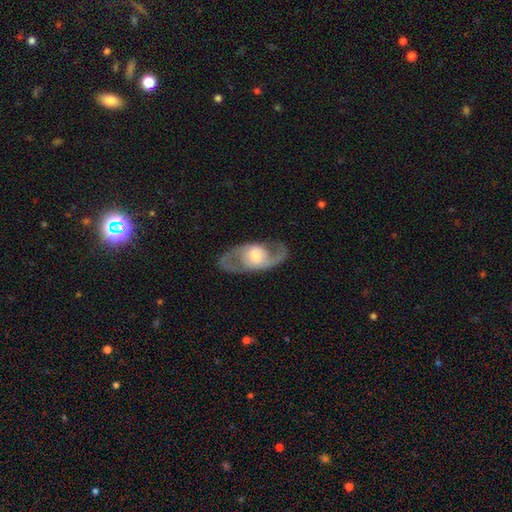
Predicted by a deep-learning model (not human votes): Smooth or featured?
  - featured or disk: 78% *
  - smooth: 17%
  - star or artifact: 5%
Edge-on disk?
  - no: 92% *
  - yes: 8%
Bar?
  - no: 52% *
  - weak: 35%
  - strong: 13%
Spiral arms?
  - yes: 81% *
  - no: 19%
Spiral winding?
  - medium: 52% *
  - loose: 30%
  - tight: 18%
Spiral arm count?
  - 2: 88% *
  - can't tell: 6%
  - 1: 3%
  - 3: 1%
  - 4: 1%
  - more than 4: 1%
Bulge size?
  - moderate: 47% *
  - large: 27%
  - small: 20%
  - dominant: 3%
  - none: 3%
Merging?
  - none: 80% *
  - minor disturbance: 11%
  - major disturbance: 8%
  - merger: 1%